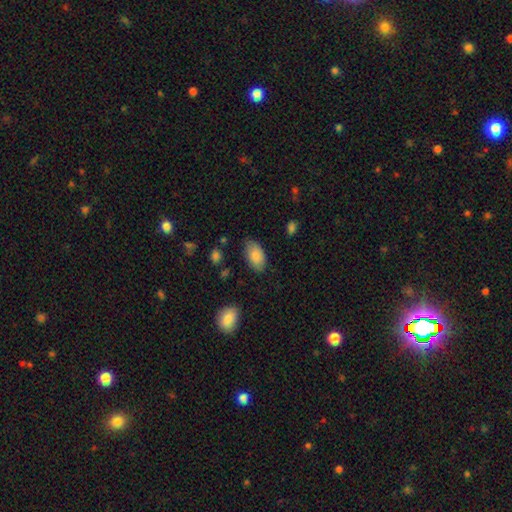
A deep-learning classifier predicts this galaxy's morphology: A smooth galaxy with no disk features (87%) that is in between round and cigar-shaped (94%).

Vote fractions:
- Smooth or featured? smooth: 87% / featured or disk: 7% / star or artifact: 7%
- How rounded? in between: 94% / round: 4% / cigar-shaped: 2%
- Merging? none: 79% / minor disturbance: 16% / major disturbance: 3% / merger: 2%